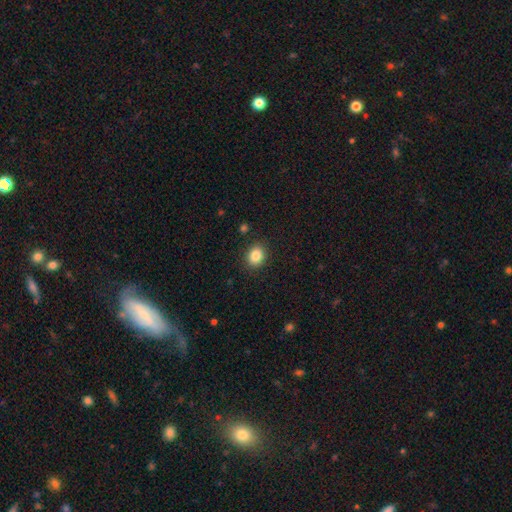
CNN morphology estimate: Smooth or featured: smooth — 86% (star or artifact — 10%)
How rounded: round — 55% (in between — 44%)
Merging: none — 89% (minor disturbance — 8%)